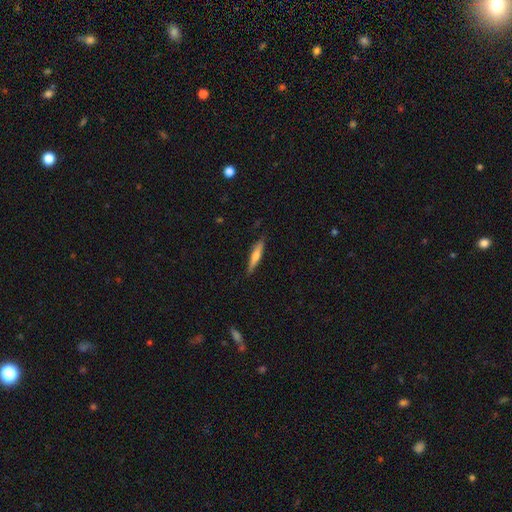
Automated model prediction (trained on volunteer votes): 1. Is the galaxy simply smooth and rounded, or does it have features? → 56% smooth, 38% featured or disk, 6% star or artifact.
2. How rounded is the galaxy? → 88% cigar-shaped, 11% in between, 2% round.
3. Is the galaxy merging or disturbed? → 87% none, 10% minor disturbance, 2% major disturbance, 1% merger.